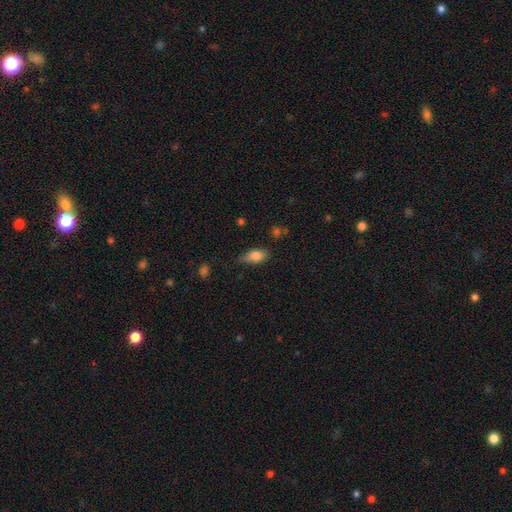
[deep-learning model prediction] smooth-or-featured: smooth: 80% | featured or disk: 12% | star or artifact: 8%
  how-rounded: in between: 83% | cigar-shaped: 11% | round: 6%
  merging: none: 63% | minor disturbance: 29% | major disturbance: 6% | merger: 2%